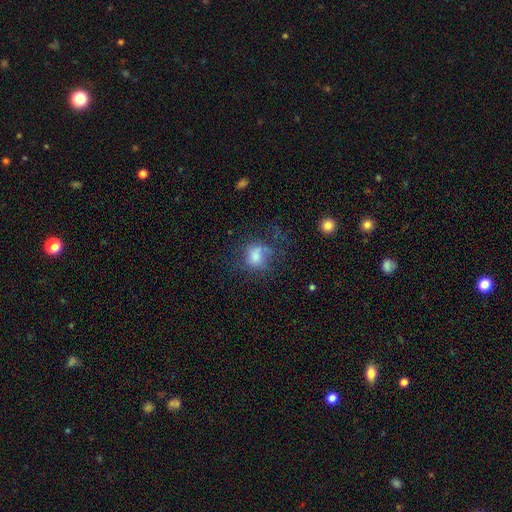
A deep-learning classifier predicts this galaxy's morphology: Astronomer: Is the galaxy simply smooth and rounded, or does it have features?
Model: smooth — 60%.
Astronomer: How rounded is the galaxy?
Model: round — 61% (runner-up: in between, 38%).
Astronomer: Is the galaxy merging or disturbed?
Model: none — 38% (runner-up: major disturbance, 35%).